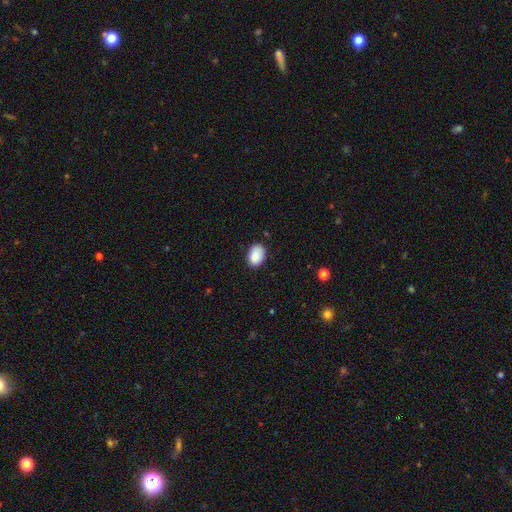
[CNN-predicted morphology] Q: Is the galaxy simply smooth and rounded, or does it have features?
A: smooth — 88%.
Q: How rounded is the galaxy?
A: in between — 82%.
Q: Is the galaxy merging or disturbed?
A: none — 82%.